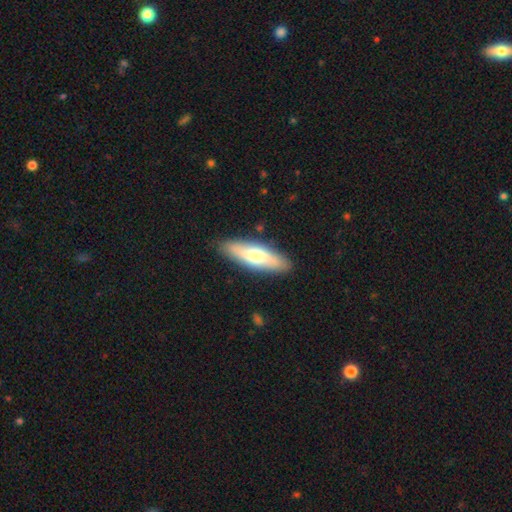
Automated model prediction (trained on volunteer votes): This appears to be a smooth galaxy with no disk features (61%) that is in between round and cigar-shaped (51%). Merging: none (88%).